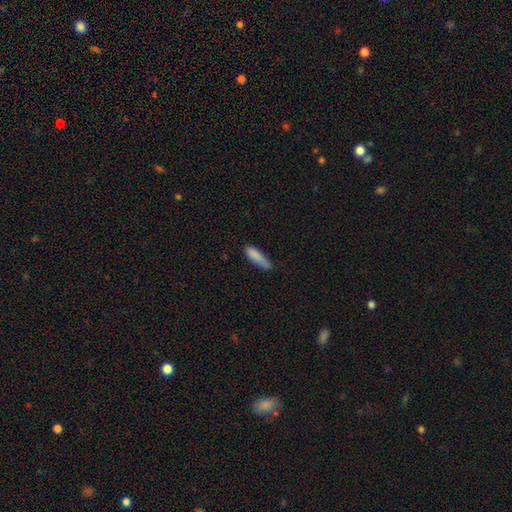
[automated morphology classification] smooth_or_featured: smooth (p=0.84) [alt: featured or disk p=0.08]
how_rounded: cigar-shaped (p=0.63) [alt: in between p=0.35]
merging: none (p=0.59) [alt: minor disturbance p=0.31]